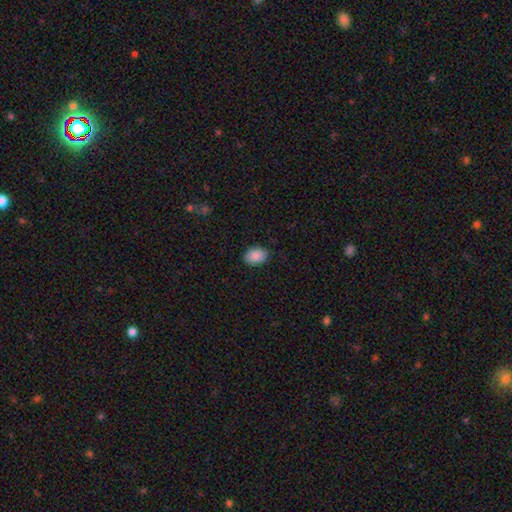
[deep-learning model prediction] Overall: smooth (89%). How rounded: in between (76%). Merging: none (88%).